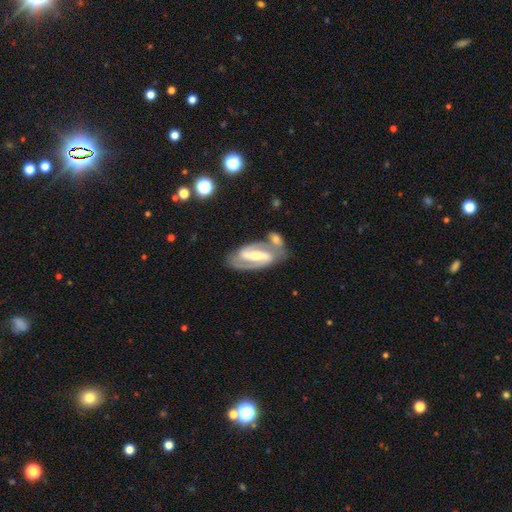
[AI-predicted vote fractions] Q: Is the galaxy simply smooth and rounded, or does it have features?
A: featured or disk — 83%.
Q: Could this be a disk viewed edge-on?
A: no — 93%.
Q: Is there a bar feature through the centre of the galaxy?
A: strong — 69%.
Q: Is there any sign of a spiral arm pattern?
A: yes — 89%.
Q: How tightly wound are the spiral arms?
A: medium — 48%.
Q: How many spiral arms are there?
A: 2 — 87%.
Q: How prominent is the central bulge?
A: moderate — 55%.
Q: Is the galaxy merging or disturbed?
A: none — 61%.